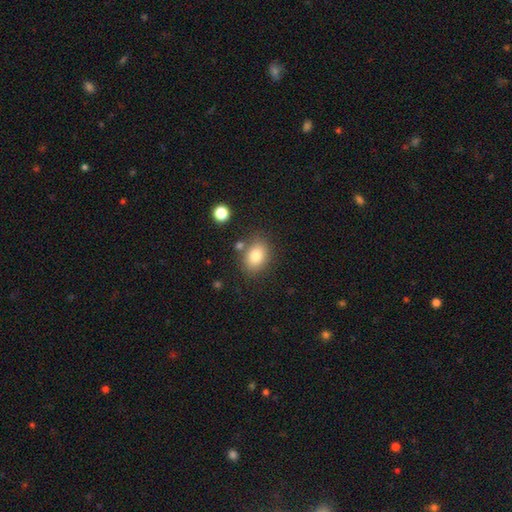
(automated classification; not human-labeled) smooth_or_featured: smooth (p=0.80) [alt: featured or disk p=0.10]
how_rounded: in between (p=0.65) [alt: round p=0.34]
merging: none (p=0.75) [alt: minor disturbance p=0.13]